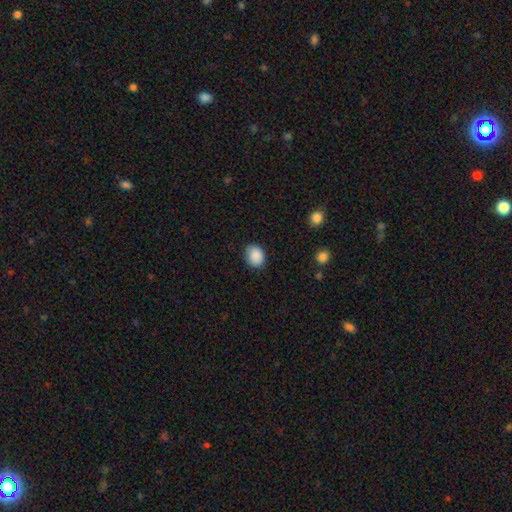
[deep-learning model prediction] The model was most divided on "how rounded": in between: 57%, round: 42%, cigar-shaped: 1%. More confident: smooth or featured — smooth (89%); merging — none (83%).